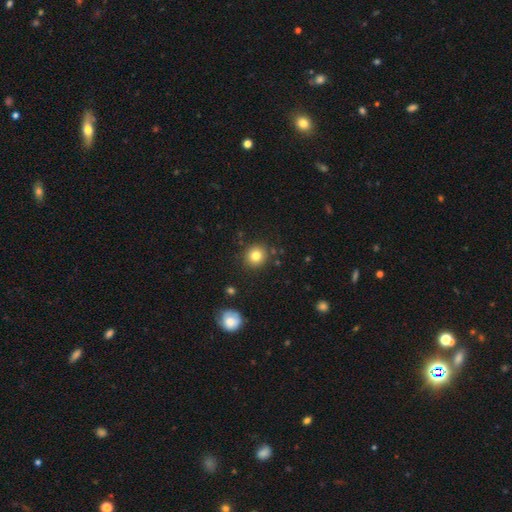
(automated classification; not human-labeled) smooth_or_featured: smooth (p=0.81) [alt: star or artifact p=0.11]
how_rounded: round (p=0.89) [alt: in between p=0.10]
merging: none (p=0.88) [alt: minor disturbance p=0.07]